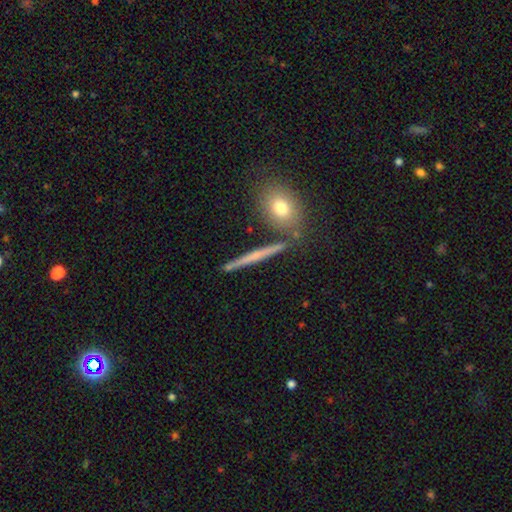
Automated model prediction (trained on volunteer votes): Smooth or featured: featured or disk — 48% (smooth — 43%)
Merging: none — 83% (minor disturbance — 9%)